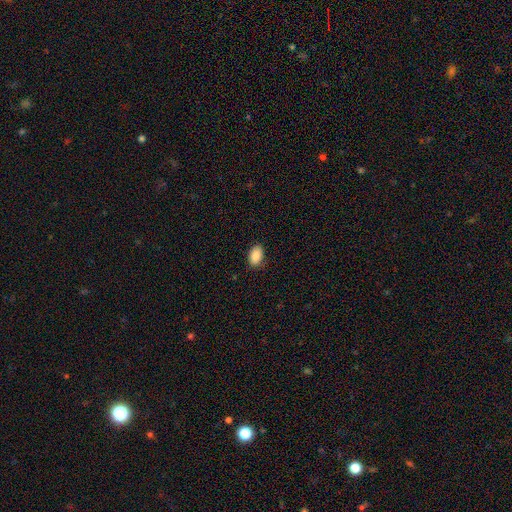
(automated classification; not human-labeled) Overall: smooth (89%). How rounded: in between (90%). Merging: none (86%).